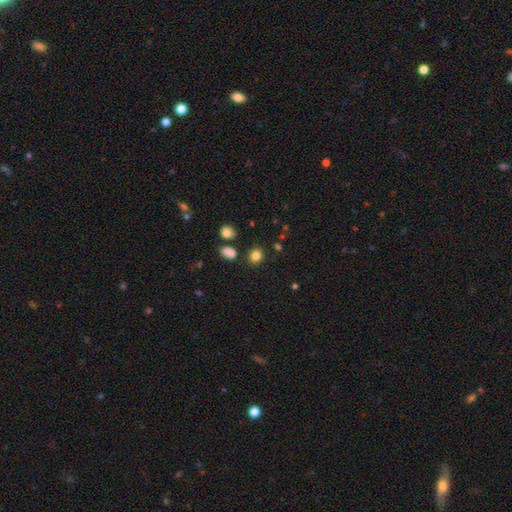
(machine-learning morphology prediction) Q: Smooth or featured?
A: smooth (83%); runner-up: star or artifact (12%)
Q: How rounded?
A: round (69%); runner-up: in between (30%)
Q: Merging?
A: none (83%); runner-up: minor disturbance (9%)